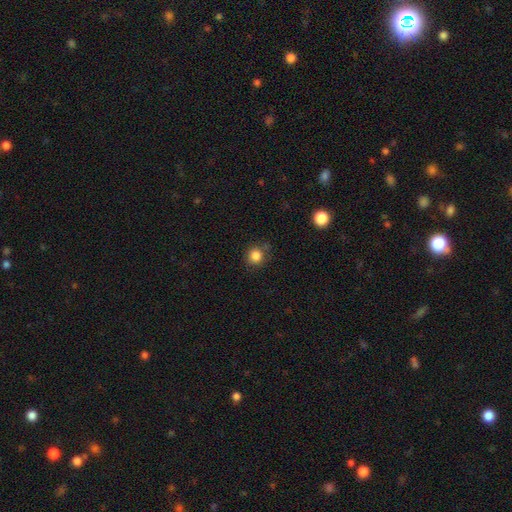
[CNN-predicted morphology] Q: Smooth or featured?
A: smooth (84%); runner-up: star or artifact (11%)
Q: How rounded?
A: round (88%); runner-up: in between (11%)
Q: Merging?
A: none (76%); runner-up: minor disturbance (17%)